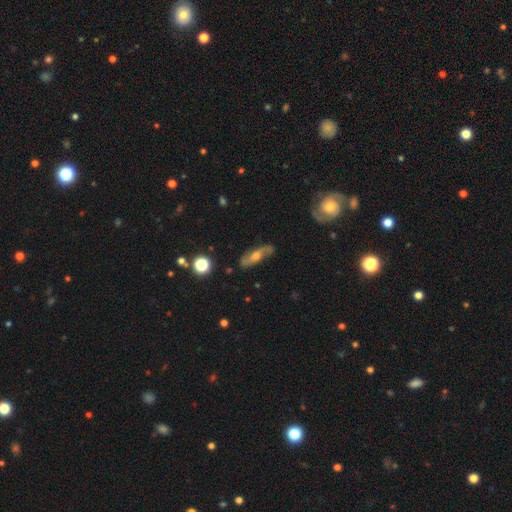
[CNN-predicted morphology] Smooth or featured: featured or disk — 64% (smooth — 28%)
Edge-on disk: no — 73% (yes — 27%)
Merging: none — 78% (minor disturbance — 15%)